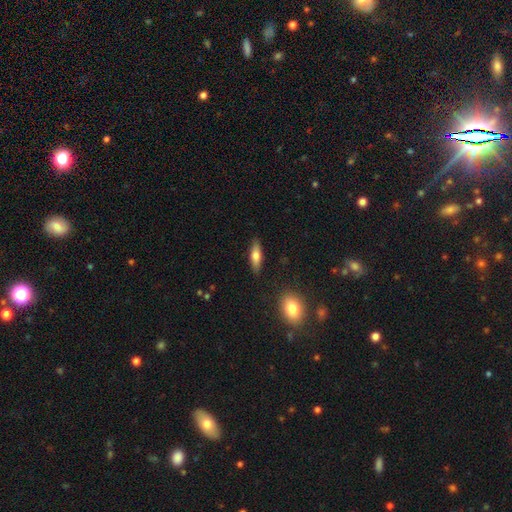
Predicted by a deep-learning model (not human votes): Q: Smooth or featured?
A: smooth (68%); runner-up: featured or disk (25%)
Q: How rounded?
A: in between (50%); runner-up: cigar-shaped (48%)
Q: Merging?
A: none (86%); runner-up: minor disturbance (10%)